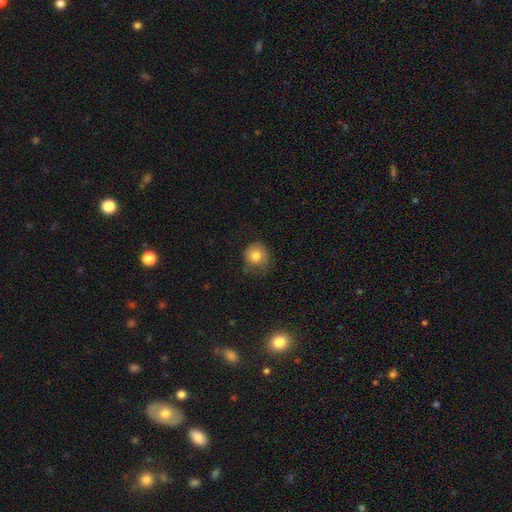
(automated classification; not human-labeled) This is likely a smooth galaxy (80%). How rounded: clearly round (88%). Merging: likely none (64%).